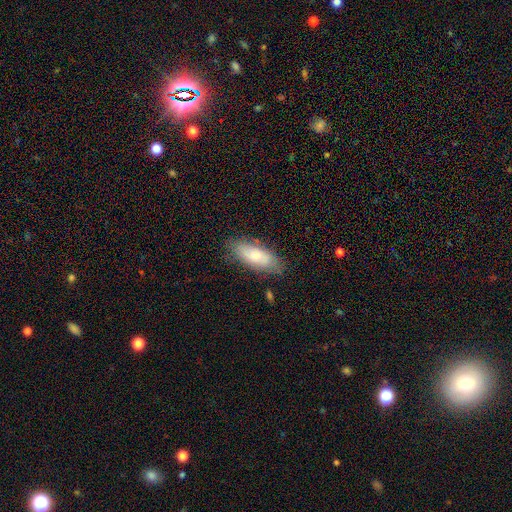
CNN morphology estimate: type=smooth (67%); roundness=in between (79%); merging=none (76%).